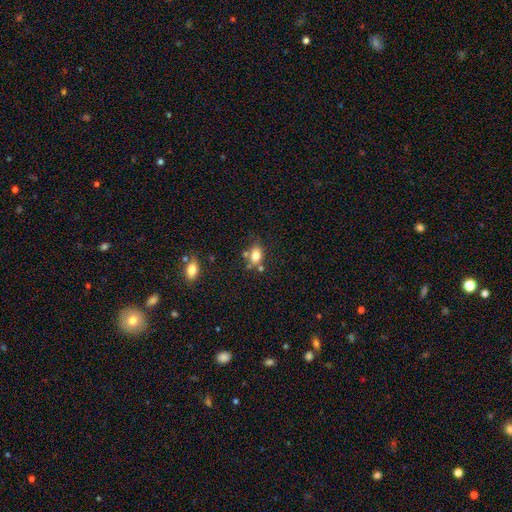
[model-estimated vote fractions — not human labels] smooth 79%, featured or disk 11%, star or artifact 10%. Down the decision tree: how rounded — in between (74%); merging — none (56%).